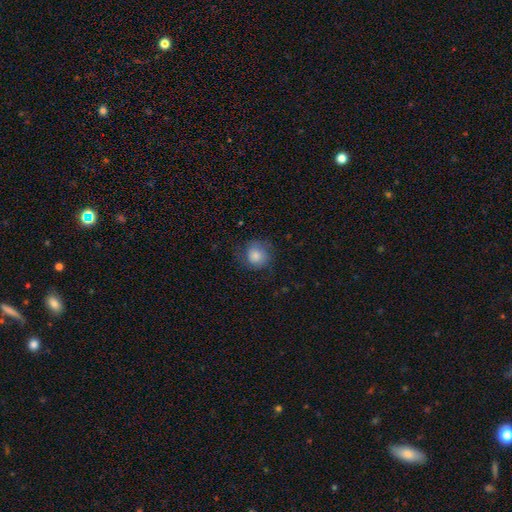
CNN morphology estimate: Smooth or featured? Predicted: smooth (p=0.78). How rounded? Predicted: round (p=0.85). Merging? Predicted: none (p=0.67).